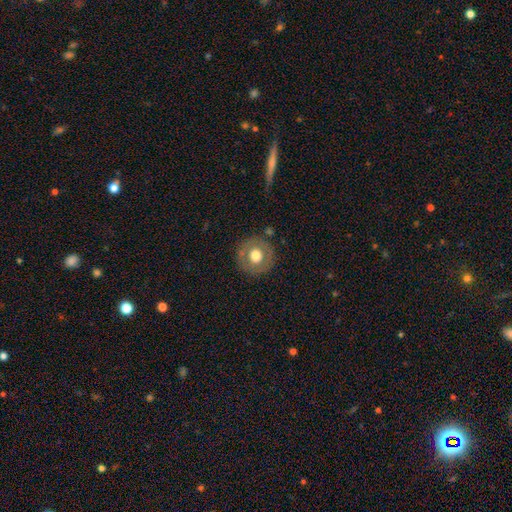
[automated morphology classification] type=smooth (62%); roundness=round (94%); merging=none (85%).